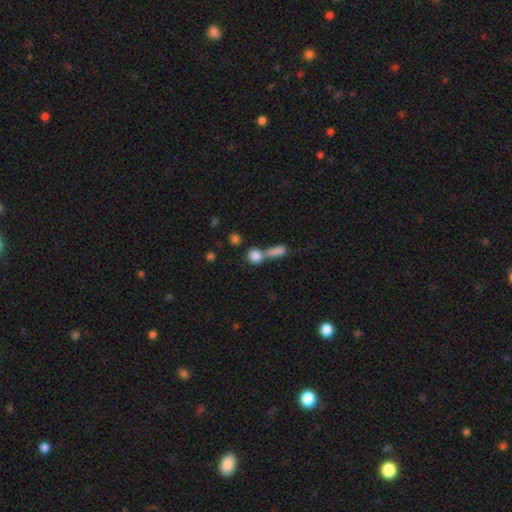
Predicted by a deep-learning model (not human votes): The model was most divided on "merging": merger: 53%, none: 35%, minor disturbance: 7%, major disturbance: 5%. More confident: smooth or featured — smooth (82%); how rounded — round (68%).